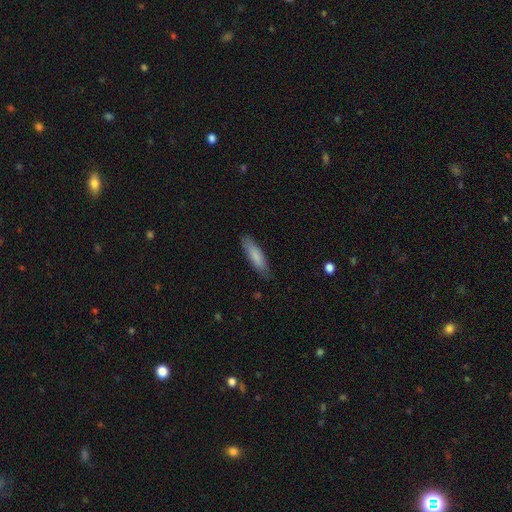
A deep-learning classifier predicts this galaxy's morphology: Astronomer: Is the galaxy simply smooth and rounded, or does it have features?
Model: smooth — 81%.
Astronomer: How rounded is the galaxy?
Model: cigar-shaped — 68%.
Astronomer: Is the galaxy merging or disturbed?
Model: none — 83%.